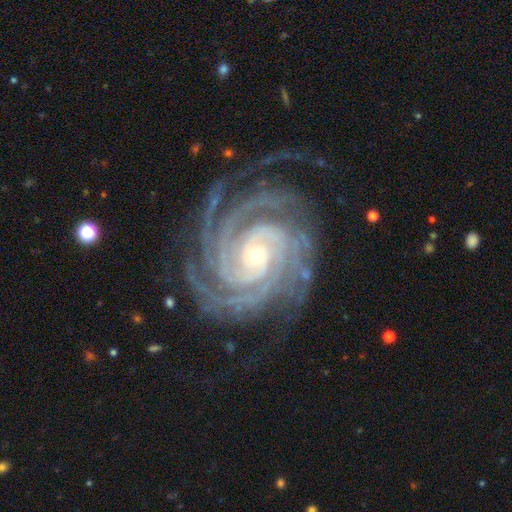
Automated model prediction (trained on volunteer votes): smooth-or-featured: featured or disk: 94% | star or artifact: 4% | smooth: 2%
  disk-edge-on: no: 98% | yes: 2%
    bar: no: 66% | weak: 20% | strong: 14%
    has-spiral-arms: yes: 99% | no: 1%
      spiral-winding: tight: 83% | medium: 16% | loose: 2%
      spiral-arm-count: 4: 29% | more than 4: 23% | 3: 18% | 2: 11% | can't tell: 11% | 1: 8%
    bulge-size: small: 70% | moderate: 27% | large: 2% | none: 1% | dominant: 1%
  merging: none: 76% | minor disturbance: 16% | major disturbance: 7% | merger: 1%